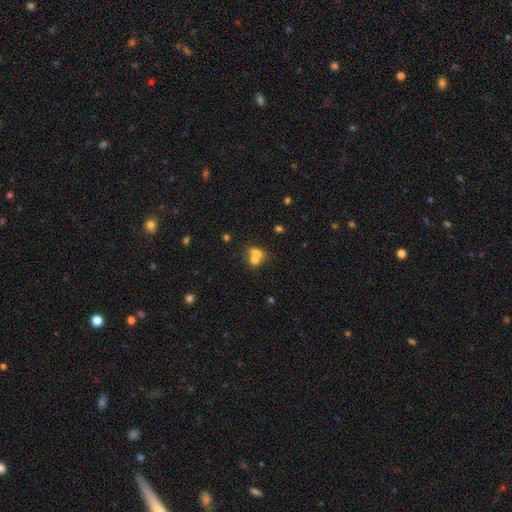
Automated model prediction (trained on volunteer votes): Morphology: type=smooth (64%); roundness=round (56%); merging=merger (63%).